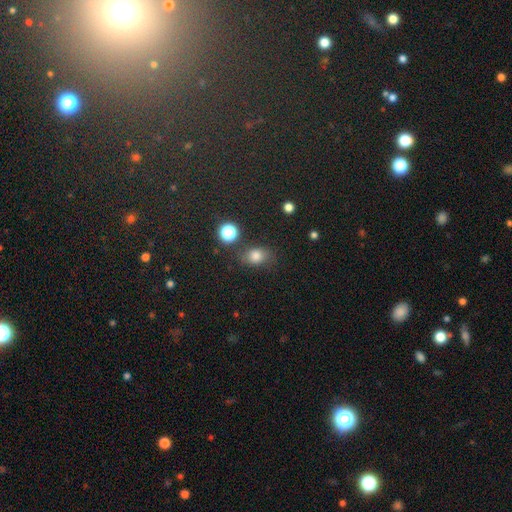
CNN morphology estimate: Smooth or featured?
  - smooth: 78% *
  - star or artifact: 14%
  - featured or disk: 8%
How rounded?
  - in between: 64% *
  - round: 34%
  - cigar-shaped: 2%
Merging?
  - none: 72% *
  - minor disturbance: 17%
  - major disturbance: 6%
  - merger: 5%